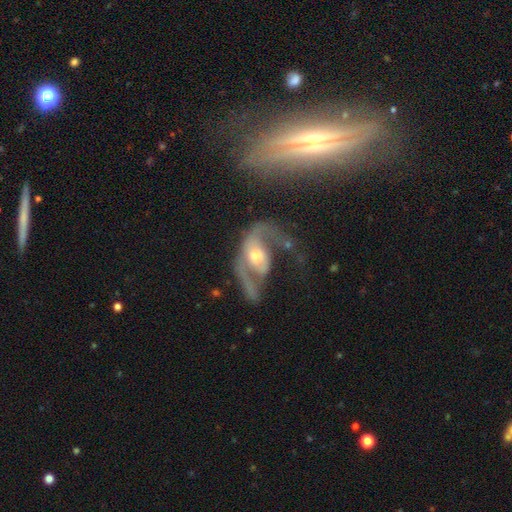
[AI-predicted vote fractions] This appears to be a featured or disk galaxy (76%) with no bar (60%), 2 (57%) loose (52%) spiral arms (75%) and a moderate central bulge (60%). Merging: major disturbance (52%).